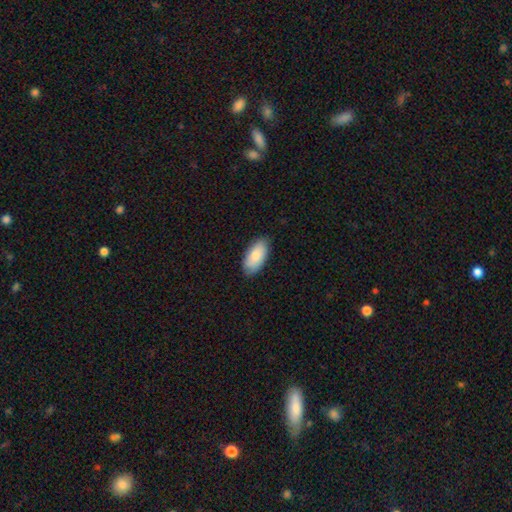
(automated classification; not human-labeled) smooth 83%, featured or disk 11%, star or artifact 6%. Down the decision tree: how rounded — in between (93%); merging — none (84%).